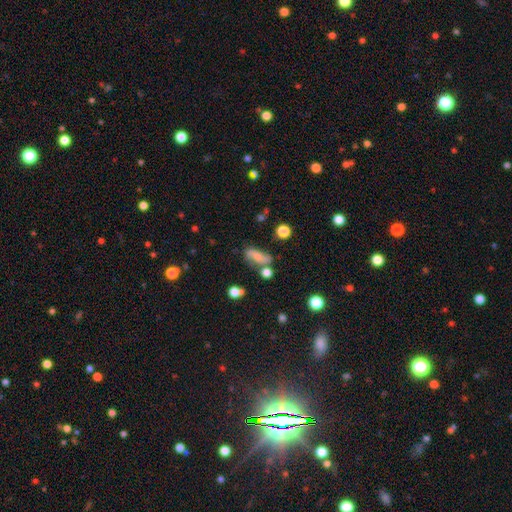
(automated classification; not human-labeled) This is possibly a smooth galaxy (51%). How rounded: likely in between (67%). Merging: possibly none (55%).